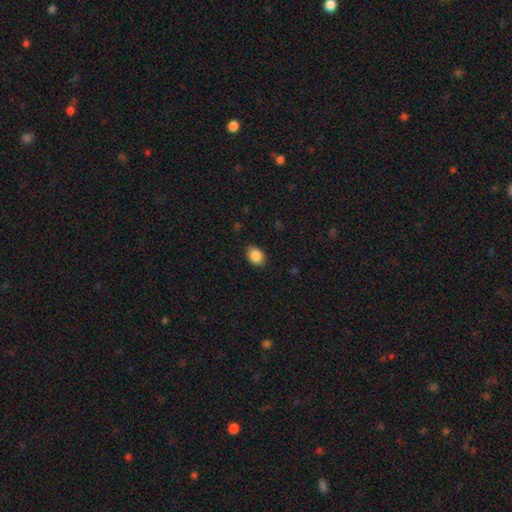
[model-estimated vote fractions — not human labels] Smooth or featured? smooth (87%)
How rounded? in between (68%)
Merging? none (85%)